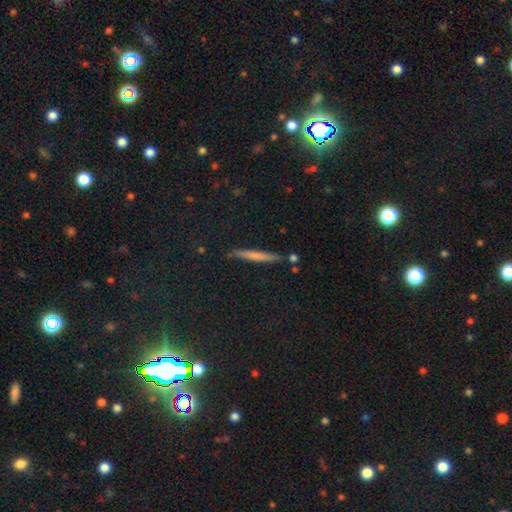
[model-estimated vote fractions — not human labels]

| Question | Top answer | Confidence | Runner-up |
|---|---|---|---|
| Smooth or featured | smooth | 58% | featured or disk (30%) |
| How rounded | cigar-shaped | 94% | in between (4%) |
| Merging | none | 84% | minor disturbance (10%) |